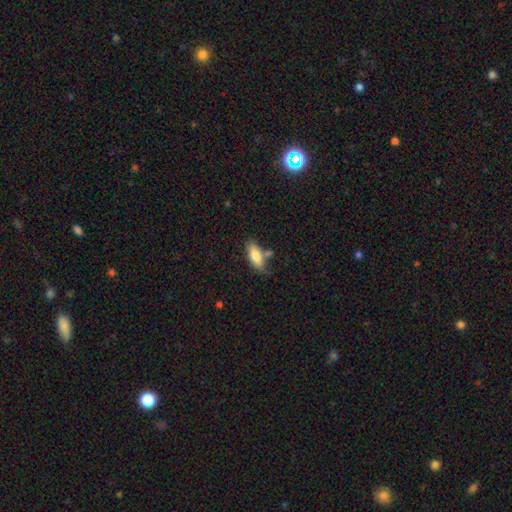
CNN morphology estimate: type=smooth (79%); roundness=in between (82%); merging=none (61%).